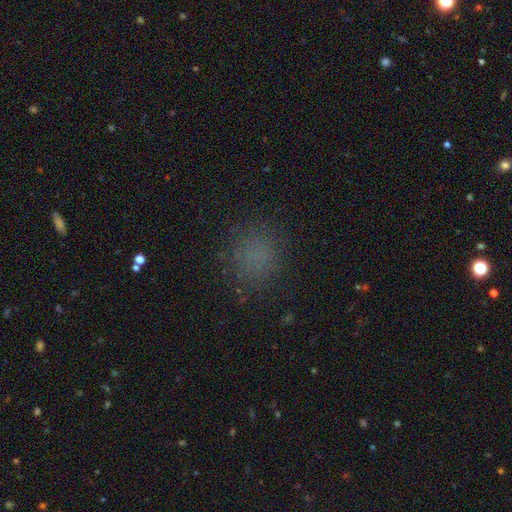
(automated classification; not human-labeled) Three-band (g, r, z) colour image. It shows a smooth galaxy with no disk features (73%) that is round (82%). Merging: none (83%).